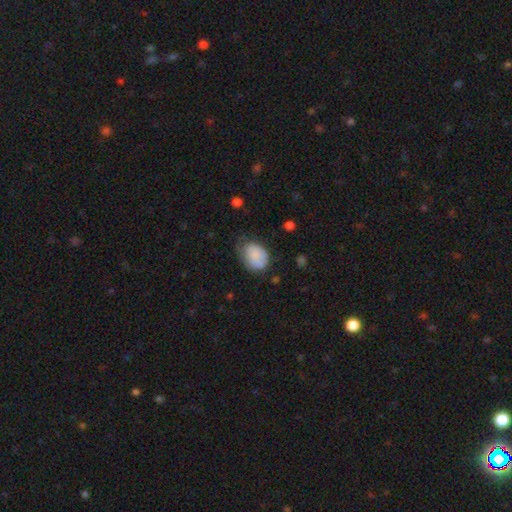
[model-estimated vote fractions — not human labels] smooth 79%, featured or disk 13%, star or artifact 8%. Down the decision tree: how rounded — in between (66%); merging — none (49%).